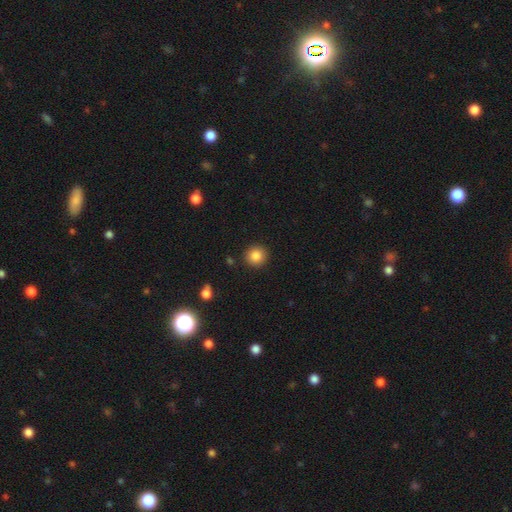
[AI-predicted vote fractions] Smooth or featured? smooth (85%)
How rounded? round (93%)
Merging? none (91%)